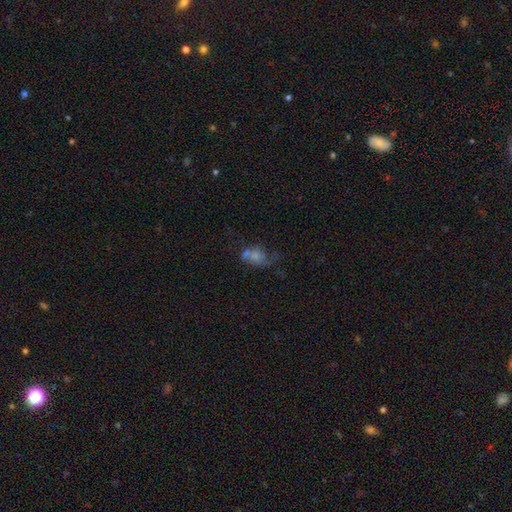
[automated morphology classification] Smooth or featured?
  - smooth: 43% *
  - featured or disk: 34%
  - star or artifact: 24%
Merging?
  - none: 33% *
  - merger: 29%
  - major disturbance: 20%
  - minor disturbance: 17%